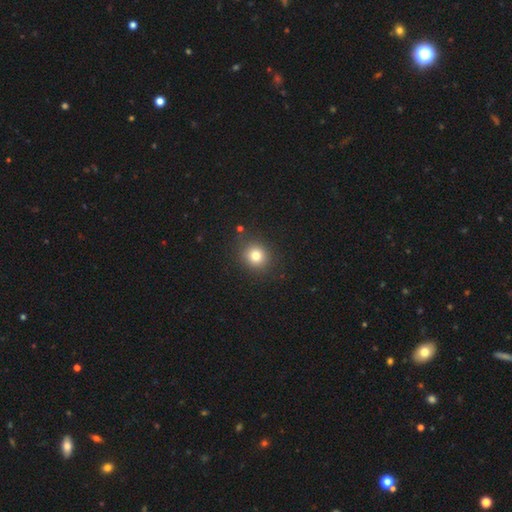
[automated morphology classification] Smooth or featured: smooth — 80% (star or artifact — 13%)
How rounded: round — 85% (in between — 14%)
Merging: none — 86% (minor disturbance — 9%)